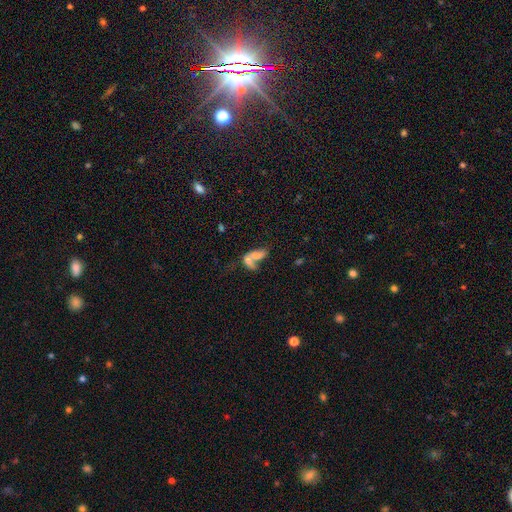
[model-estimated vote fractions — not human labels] A smooth galaxy with no disk features (57%) that is in between round and cigar-shaped (78%).

Vote fractions:
- Smooth or featured? smooth: 57% / featured or disk: 30% / star or artifact: 12%
- How rounded? in between: 78% / cigar-shaped: 15% / round: 7%
- Merging? merger: 70% / none: 15% / major disturbance: 8% / minor disturbance: 6%